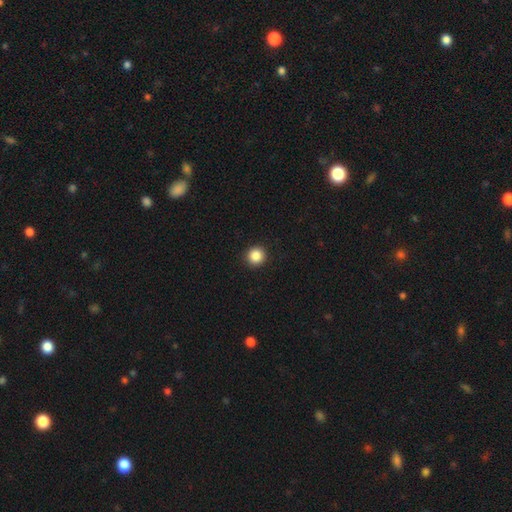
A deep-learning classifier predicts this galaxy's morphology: Smooth or featured? smooth (87%)
How rounded? round (94%)
Merging? none (93%)